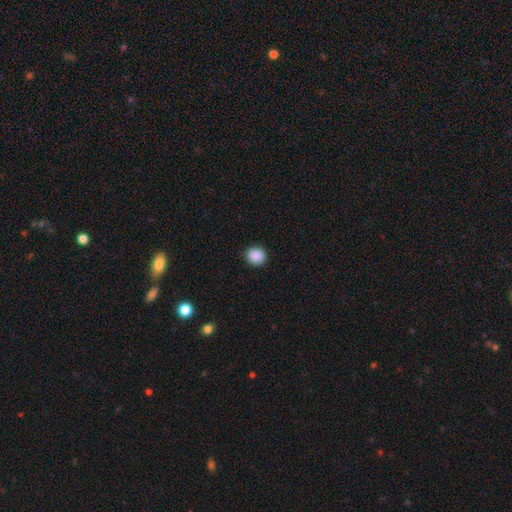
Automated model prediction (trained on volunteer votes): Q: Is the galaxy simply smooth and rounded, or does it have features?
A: smooth — 89%.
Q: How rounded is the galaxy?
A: round — 86%.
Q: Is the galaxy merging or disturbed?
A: none — 90%.